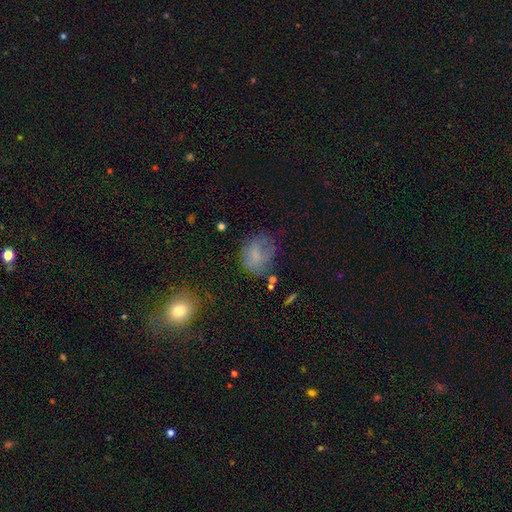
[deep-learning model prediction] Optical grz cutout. It shows a smooth galaxy with no disk features (66%) that is in between round and cigar-shaped (50%). Merging: none (51%).